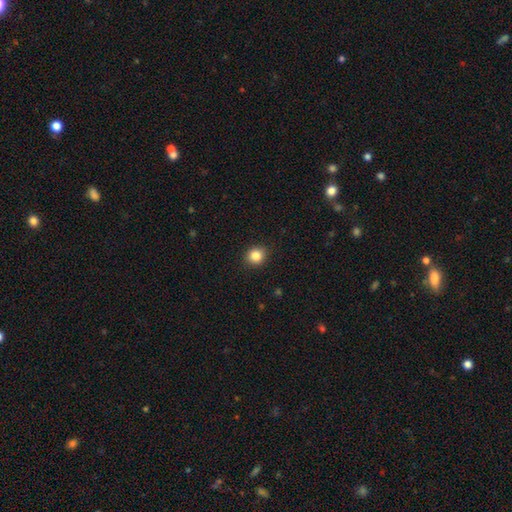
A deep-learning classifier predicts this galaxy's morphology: smooth 85%, star or artifact 11%, featured or disk 5%. Down the decision tree: how rounded — round (81%); merging — none (89%).